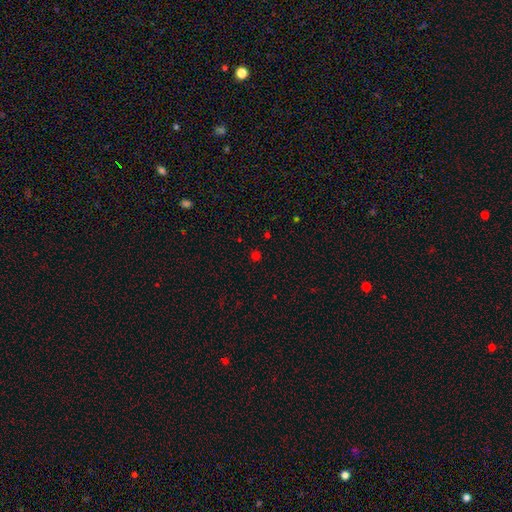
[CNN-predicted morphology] Overall: smooth (57%; star or artifact 37%). How rounded: round (87%). Merging: none (83%).